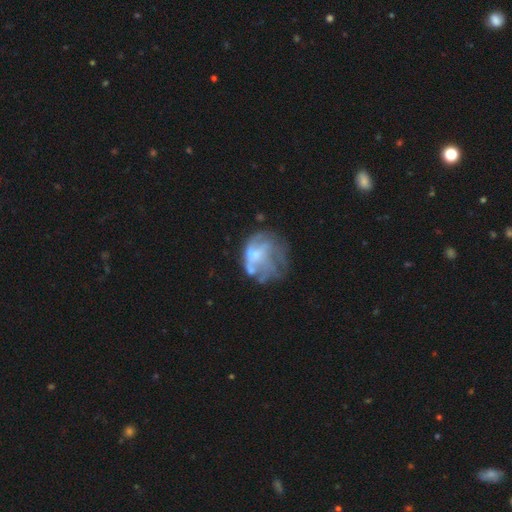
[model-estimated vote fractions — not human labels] This is possibly a featured or disk galaxy (57%). It is clearly not viewed edge-on (98%). Bar: likely no (77%). Spiral arm pattern: likely no (75%). Central bulge: possibly none (48%). Merging: marginally major disturbance (38%).